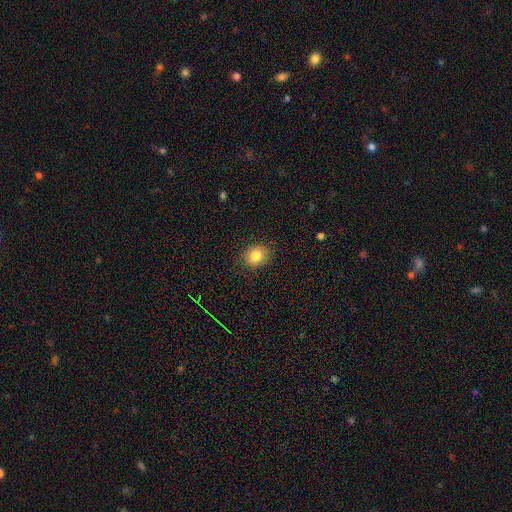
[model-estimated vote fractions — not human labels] smooth_or_featured: smooth (p=0.82) [alt: star or artifact p=0.10]
how_rounded: round (p=0.58) [alt: in between p=0.41]
merging: none (p=0.86) [alt: minor disturbance p=0.10]